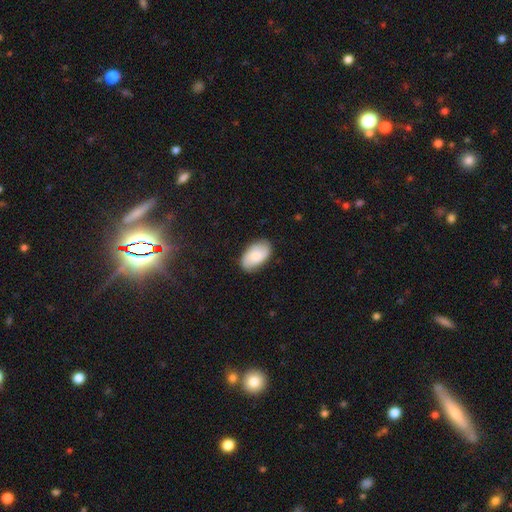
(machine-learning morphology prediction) Q: Smooth or featured?
A: smooth (76%); runner-up: featured or disk (17%)
Q: How rounded?
A: in between (95%); runner-up: round (4%)
Q: Merging?
A: none (83%); runner-up: minor disturbance (13%)